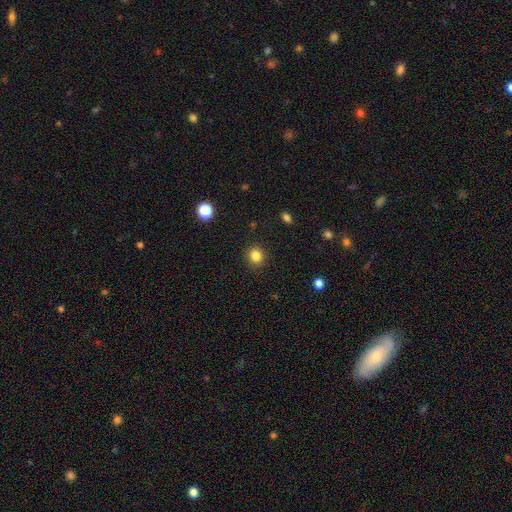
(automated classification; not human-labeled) A smooth galaxy with no disk features (84%) that is round (85%).

Vote fractions:
- Smooth or featured? smooth: 84% / star or artifact: 12% / featured or disk: 4%
- How rounded? round: 85% / in between: 14% / cigar-shaped: 1%
- Merging? none: 90% / minor disturbance: 7% / major disturbance: 2% / merger: 1%